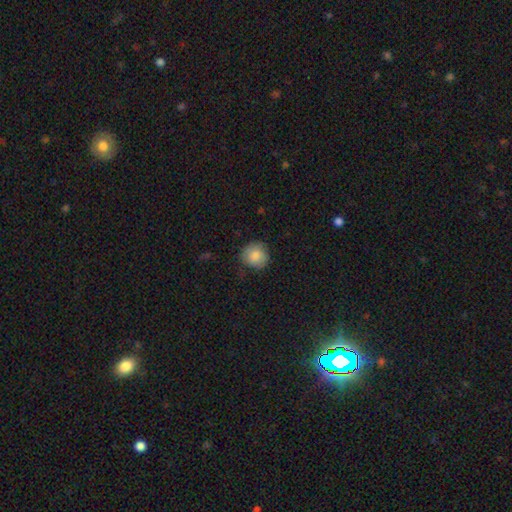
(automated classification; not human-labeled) This is clearly a smooth galaxy (84%). How rounded: clearly round (91%). Merging: clearly none (80%).